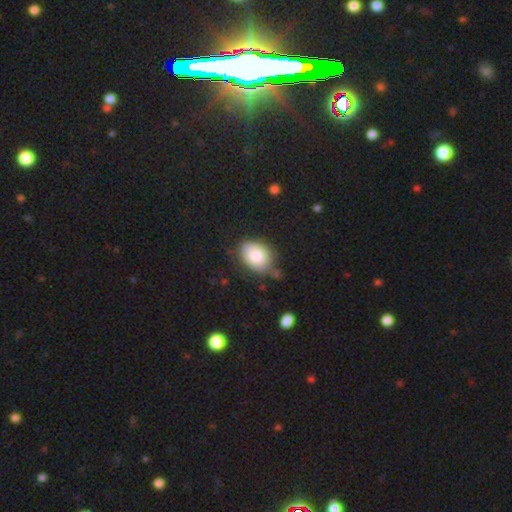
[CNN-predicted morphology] The model was most divided on "merging": none: 64%, minor disturbance: 24%, major disturbance: 7%, merger: 5%. More confident: smooth or featured — smooth (84%); how rounded — in between (75%).